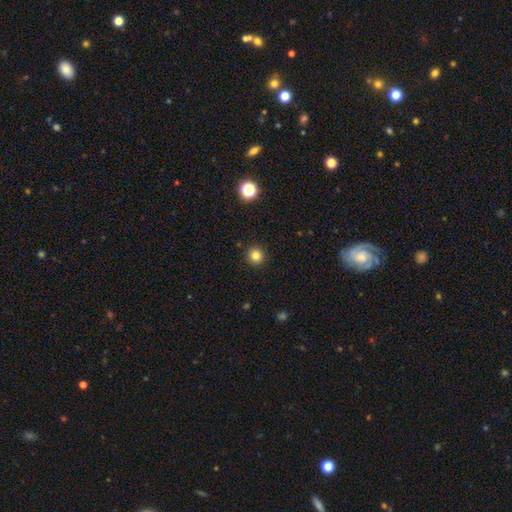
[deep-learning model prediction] smooth-or-featured: smooth: 81% | star or artifact: 13% | featured or disk: 6%
  how-rounded: round: 94% | in between: 5% | cigar-shaped: 1%
  merging: none: 92% | minor disturbance: 5% | major disturbance: 2% | merger: 1%